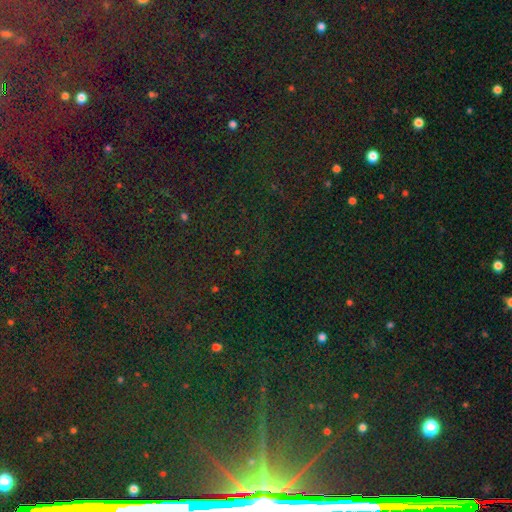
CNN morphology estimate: smooth_or_featured: star or artifact (p=0.83) [alt: smooth p=0.09]